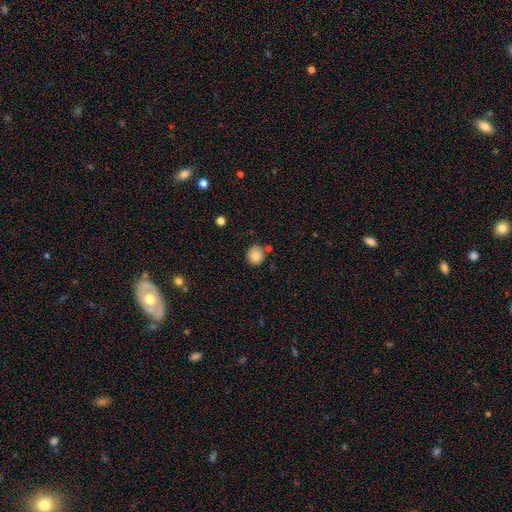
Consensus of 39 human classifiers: smooth-or-featured: smooth: 77% | featured or disk: 13% | star or artifact: 10%
  how-rounded: round: 90% | in between: 10% | cigar-shaped: 0%
  merging: none: 80% | minor disturbance: 11% | merger: 9% | major disturbance: 0%